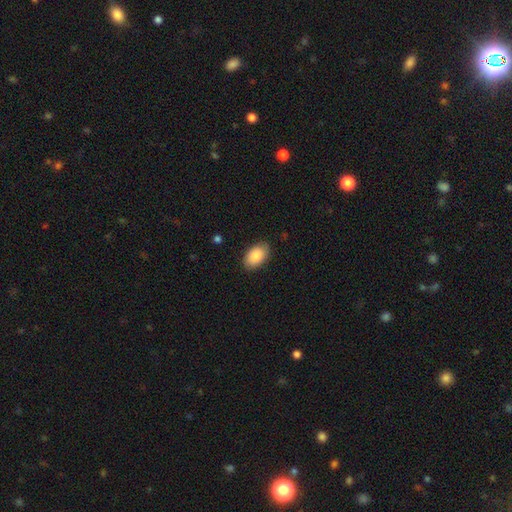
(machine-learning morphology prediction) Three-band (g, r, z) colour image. It shows a smooth galaxy with no disk features (88%) that is in between round and cigar-shaped (93%). Merging: none (85%).